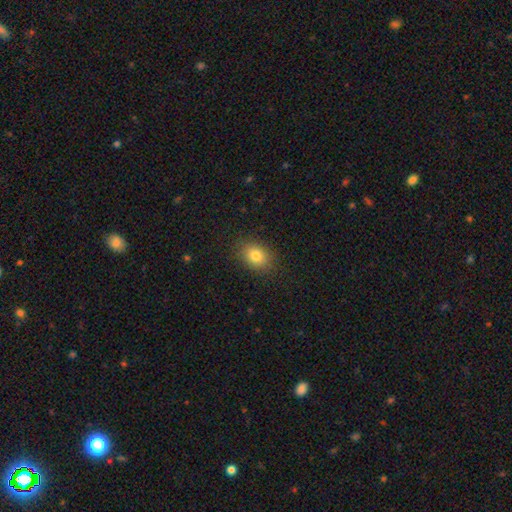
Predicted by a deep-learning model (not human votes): Morphology: type=smooth (81%); roundness=in between (62%); merging=none (87%).